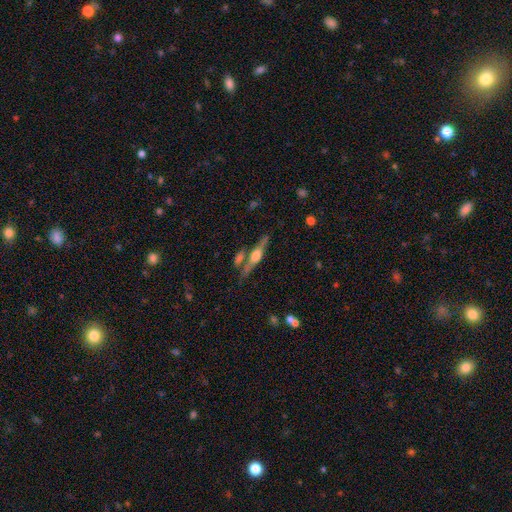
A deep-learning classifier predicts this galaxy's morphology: type=featured or disk (71%); edge-on=yes (96%); edge-on bulge=rounded (87%); merging=none (71%).